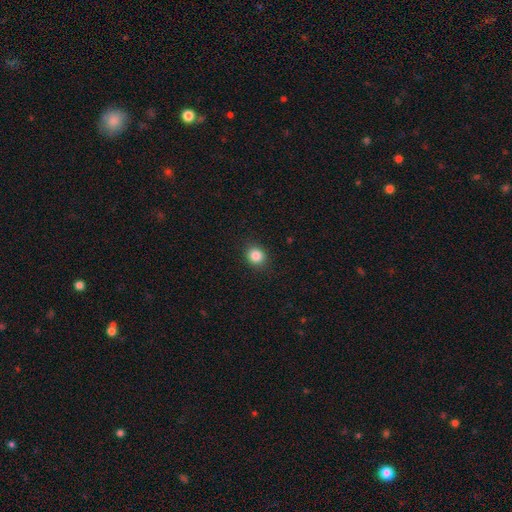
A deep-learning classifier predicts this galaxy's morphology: smooth-or-featured: smooth: 86% | star or artifact: 10% | featured or disk: 4%
  how-rounded: round: 79% | in between: 20% | cigar-shaped: 1%
  merging: none: 90% | minor disturbance: 7% | major disturbance: 2% | merger: 1%